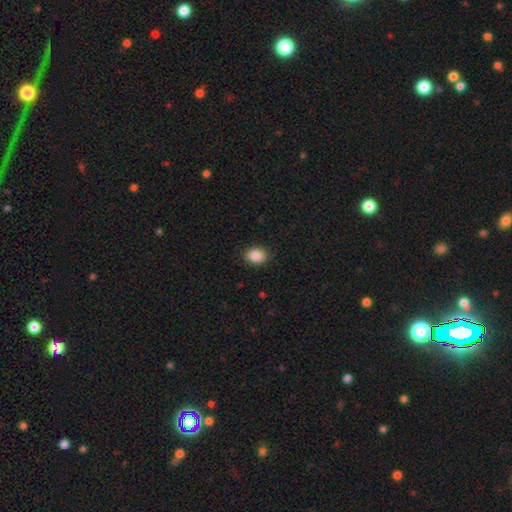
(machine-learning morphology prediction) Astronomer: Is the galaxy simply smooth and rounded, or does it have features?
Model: smooth — 88%.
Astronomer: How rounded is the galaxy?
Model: in between — 61% (runner-up: round, 38%).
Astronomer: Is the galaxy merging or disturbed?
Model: none — 87%.